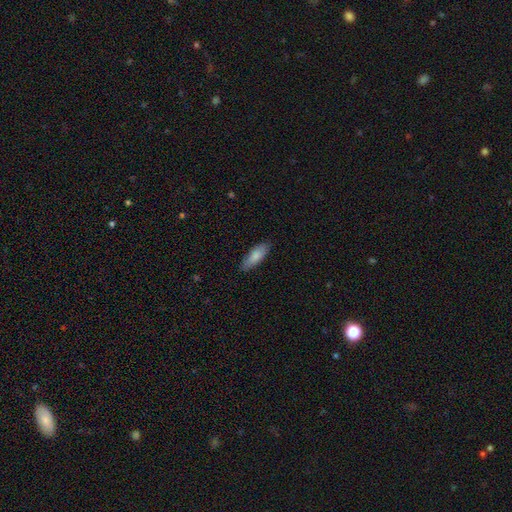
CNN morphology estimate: Smooth or featured: smooth — 84% (featured or disk — 10%)
How rounded: in between — 67% (cigar-shaped — 32%)
Merging: none — 85% (minor disturbance — 12%)